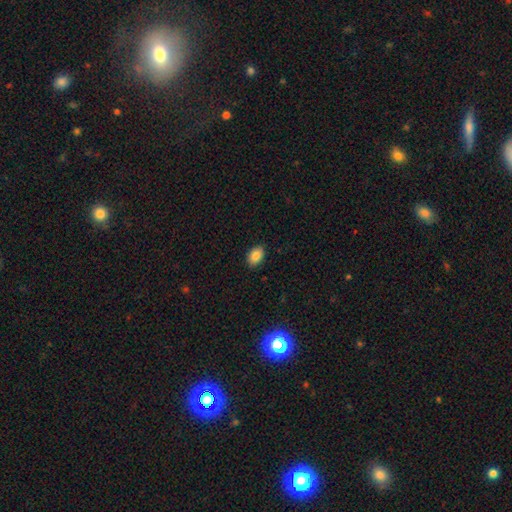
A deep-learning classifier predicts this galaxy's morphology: Smooth or featured? smooth (85%)
How rounded? in between (84%)
Merging? none (88%)